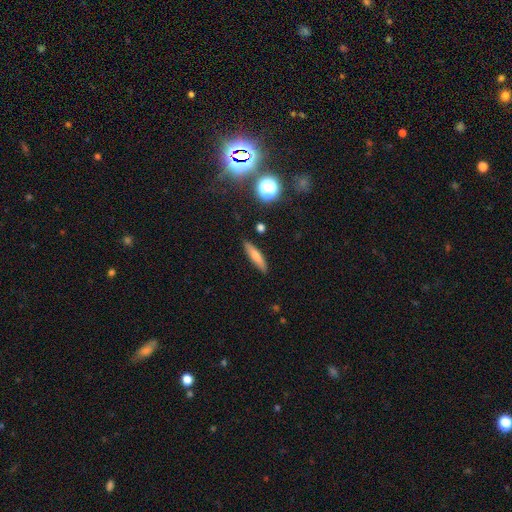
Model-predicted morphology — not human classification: Smooth or featured: smooth — 70% (featured or disk — 21%)
How rounded: cigar-shaped — 79% (in between — 19%)
Merging: none — 87% (minor disturbance — 9%)